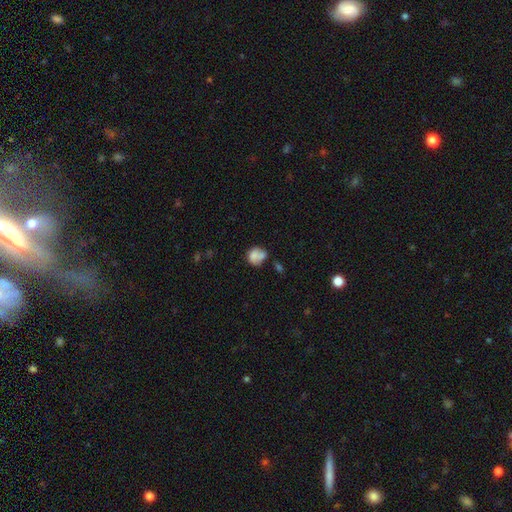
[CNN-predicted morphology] Overall: smooth (69%). How rounded: round (60%; in between 39%). Merging: merger (34%; none 32%).